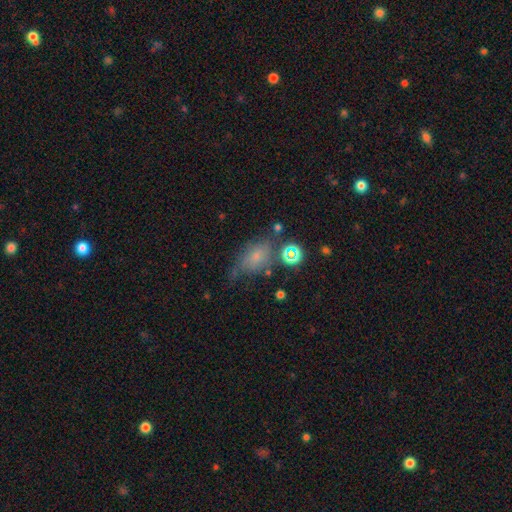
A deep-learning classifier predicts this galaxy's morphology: type=smooth (54%); roundness=in between (72%); merging=none (43%).